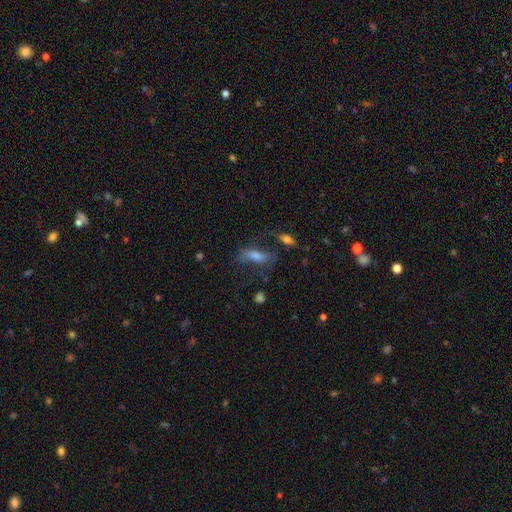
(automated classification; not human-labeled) smooth-or-featured: smooth: 44% | featured or disk: 38% | star or artifact: 17%
  merging: none: 49% | major disturbance: 22% | minor disturbance: 19% | merger: 10%